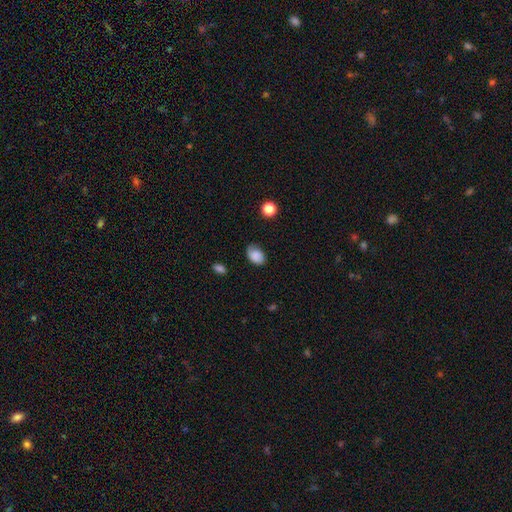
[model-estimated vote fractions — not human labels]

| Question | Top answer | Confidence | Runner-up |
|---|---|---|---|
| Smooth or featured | smooth | 79% | featured or disk (12%) |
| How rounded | in between | 80% | round (19%) |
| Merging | none | 64% | minor disturbance (27%) |